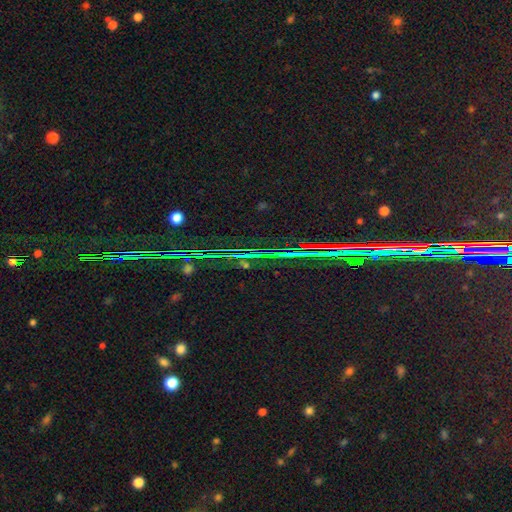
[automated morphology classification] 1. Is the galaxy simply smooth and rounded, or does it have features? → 87% star or artifact, 7% featured or disk, 6% smooth.